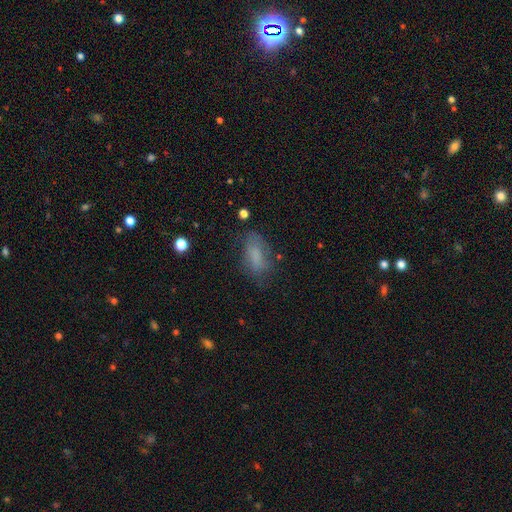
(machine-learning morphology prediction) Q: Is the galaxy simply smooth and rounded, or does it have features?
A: smooth — 71%.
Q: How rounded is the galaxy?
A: in between — 84%.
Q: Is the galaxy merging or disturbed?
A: none — 61%.